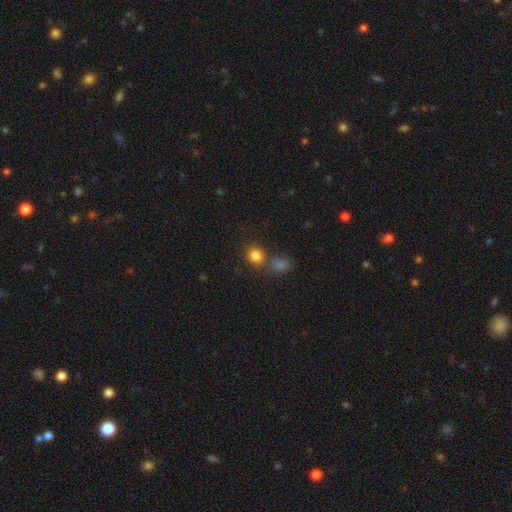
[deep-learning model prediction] smooth-or-featured: smooth: 83% | star or artifact: 12% | featured or disk: 5%
  how-rounded: round: 83% | in between: 16% | cigar-shaped: 1%
  merging: none: 62% | merger: 25% | minor disturbance: 9% | major disturbance: 4%